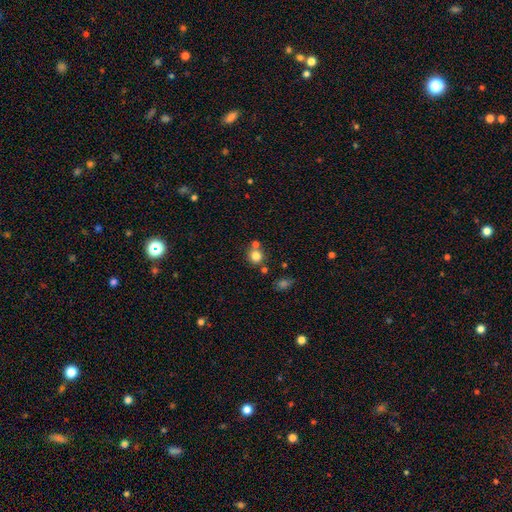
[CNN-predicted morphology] Smooth or featured: smooth — 79% (star or artifact — 13%)
How rounded: round — 90% (in between — 9%)
Merging: none — 65% (merger — 24%)